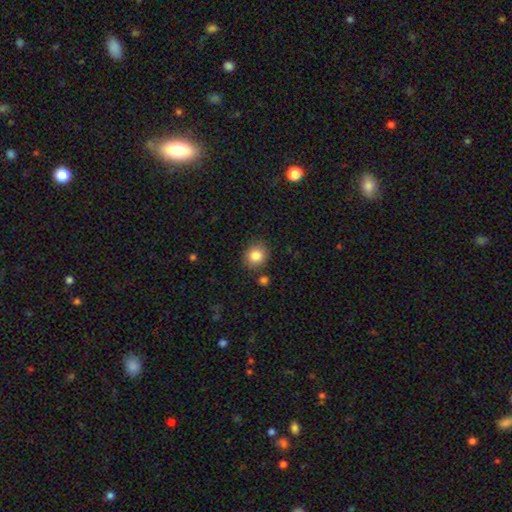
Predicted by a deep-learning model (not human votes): Smooth or featured? smooth (84%)
How rounded? round (82%)
Merging? none (84%)